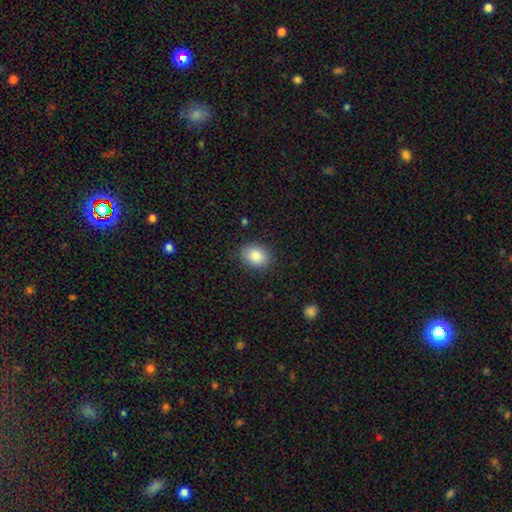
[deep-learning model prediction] Smooth or featured?
  - smooth: 86% *
  - star or artifact: 8%
  - featured or disk: 6%
How rounded?
  - in between: 61% *
  - round: 38%
  - cigar-shaped: 1%
Merging?
  - none: 87% *
  - minor disturbance: 9%
  - major disturbance: 3%
  - merger: 1%